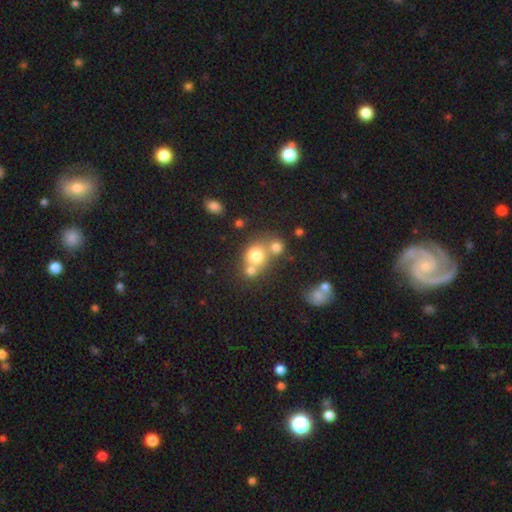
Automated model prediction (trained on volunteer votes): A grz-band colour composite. It shows a smooth galaxy with no disk features (73%) that is round (76%). Merging: merger (44%).